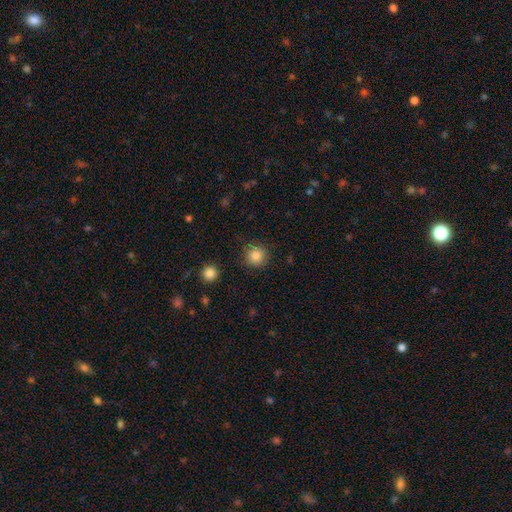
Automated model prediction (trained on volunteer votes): smooth_or_featured: smooth (p=0.84) [alt: star or artifact p=0.11]
how_rounded: round (p=0.94) [alt: in between p=0.05]
merging: none (p=0.87) [alt: minor disturbance p=0.08]